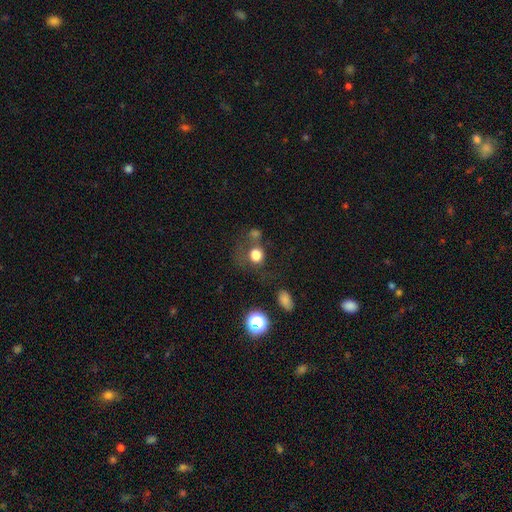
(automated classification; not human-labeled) Q: Smooth or featured?
A: smooth (74%); runner-up: star or artifact (16%)
Q: How rounded?
A: round (79%); runner-up: in between (20%)
Q: Merging?
A: none (49%); runner-up: major disturbance (18%)